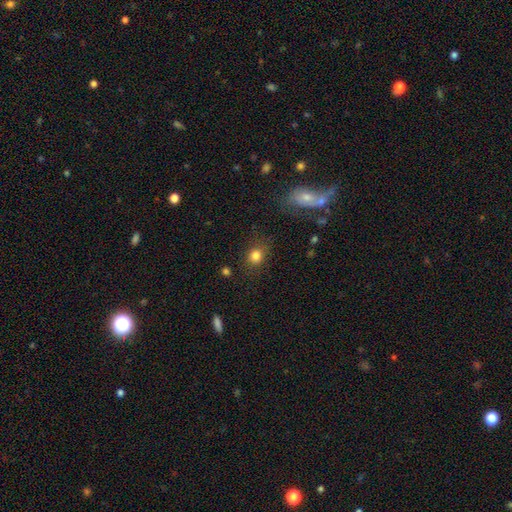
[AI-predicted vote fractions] Smooth or featured? Predicted: smooth (p=0.83). How rounded? Predicted: round (p=0.69). Merging? Predicted: none (p=0.80).